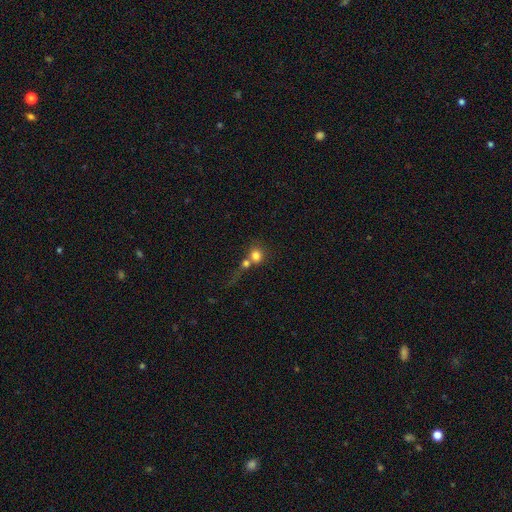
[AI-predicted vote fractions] The model was most divided on "merging": merger: 57%, none: 28%, major disturbance: 8%, minor disturbance: 7%. More confident: how rounded — round (77%); smooth or featured — smooth (76%).